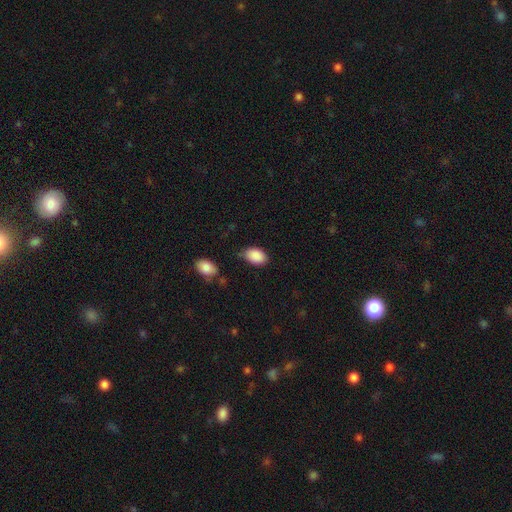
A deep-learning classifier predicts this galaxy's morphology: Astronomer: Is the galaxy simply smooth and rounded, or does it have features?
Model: smooth — 90%.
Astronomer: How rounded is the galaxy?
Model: in between — 88%.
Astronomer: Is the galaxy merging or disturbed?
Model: none — 69%.